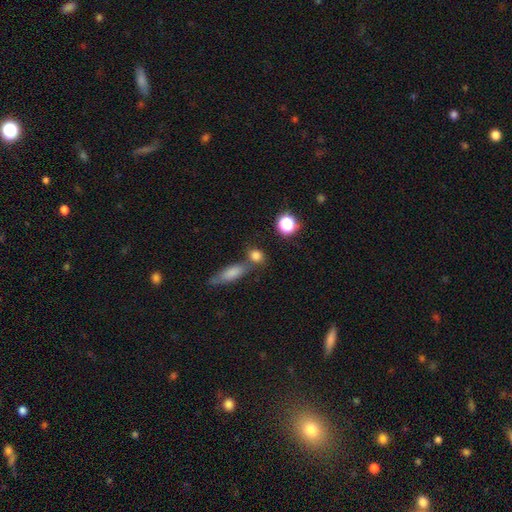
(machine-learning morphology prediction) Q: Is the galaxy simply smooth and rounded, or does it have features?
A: smooth — 79%.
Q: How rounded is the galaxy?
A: round — 56%.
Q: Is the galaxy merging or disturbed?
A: none — 56%.